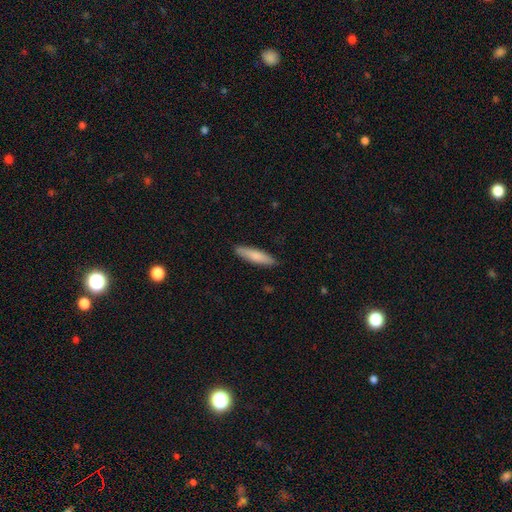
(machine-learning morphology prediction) A smooth galaxy with no disk features (78%) that is cigar-shaped (79%).

Vote fractions:
- Smooth or featured? smooth: 78% / featured or disk: 17% / star or artifact: 5%
- How rounded? cigar-shaped: 79% / in between: 20% / round: 1%
- Merging? none: 89% / minor disturbance: 8% / major disturbance: 2% / merger: 1%